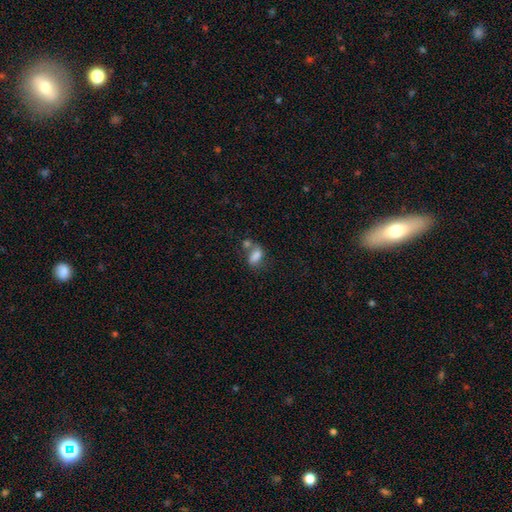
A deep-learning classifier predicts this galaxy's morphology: This is likely a smooth galaxy (78%). How rounded: clearly in between (84%). Merging: marginally merger (39%).